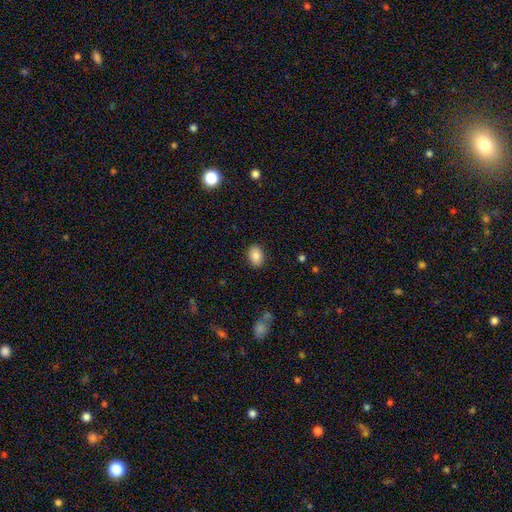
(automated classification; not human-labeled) smooth 85%, star or artifact 8%, featured or disk 7%. Down the decision tree: how rounded — in between (80%); merging — none (88%).